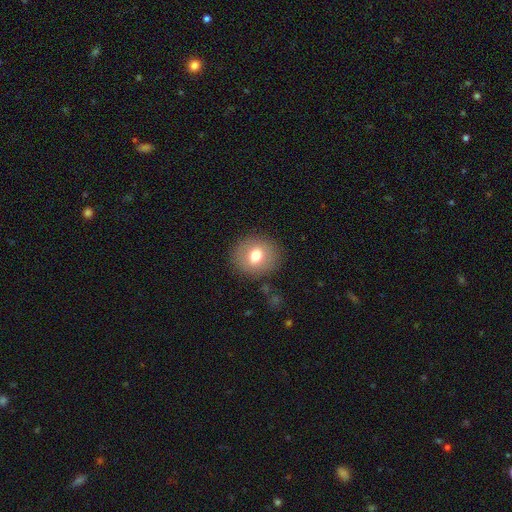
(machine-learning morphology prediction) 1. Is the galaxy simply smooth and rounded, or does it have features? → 72% smooth, 19% featured or disk, 9% star or artifact.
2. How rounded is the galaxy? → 74% round, 25% in between, 1% cigar-shaped.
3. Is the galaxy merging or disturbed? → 87% none, 9% minor disturbance, 4% major disturbance, 1% merger.